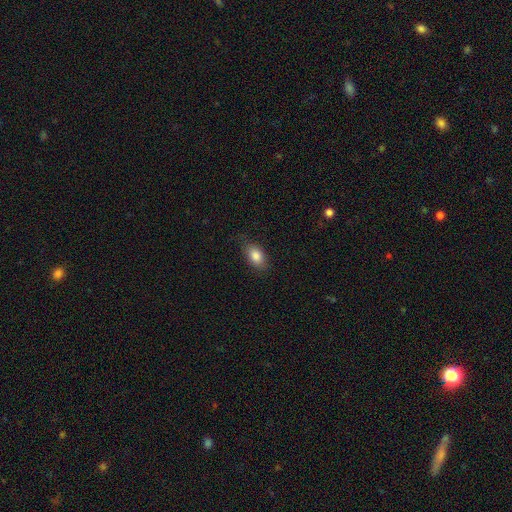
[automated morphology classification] Smooth or featured? smooth (84%)
How rounded? in between (88%)
Merging? none (78%)